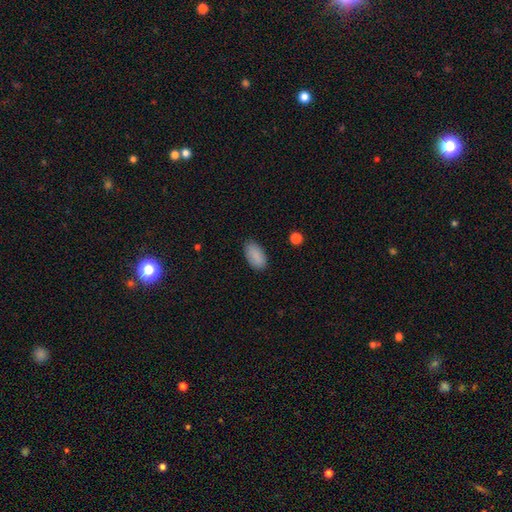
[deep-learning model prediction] smooth_or_featured: smooth (p=0.89) [alt: star or artifact p=0.07]
how_rounded: in between (p=0.95) [alt: round p=0.03]
merging: none (p=0.85) [alt: minor disturbance p=0.12]